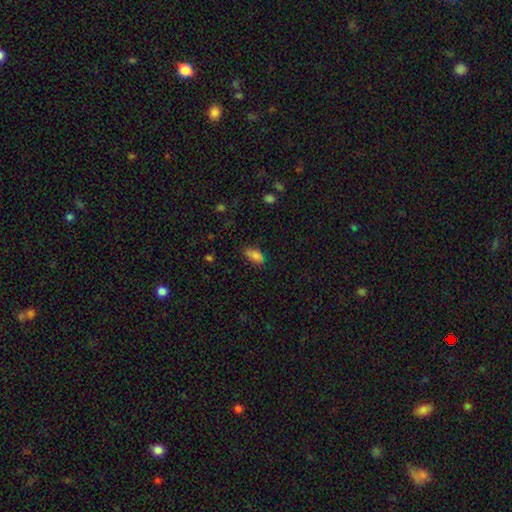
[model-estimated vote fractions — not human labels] The model was most divided on "merging": none: 69%, minor disturbance: 24%, major disturbance: 5%, merger: 2%. More confident: how rounded — in between (88%); smooth or featured — smooth (83%).